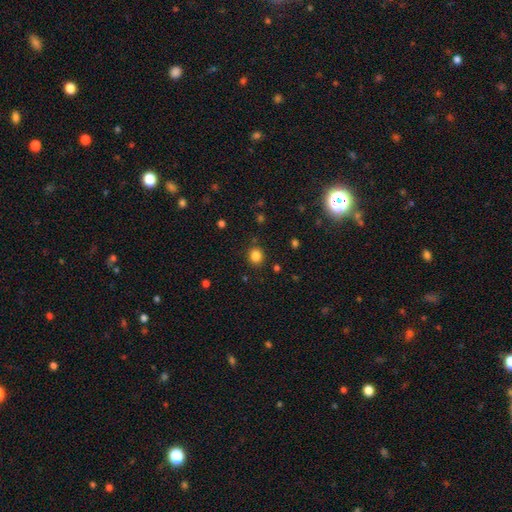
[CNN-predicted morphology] This appears to be a smooth galaxy with no disk features (83%) that is round (82%). Merging: none (87%).